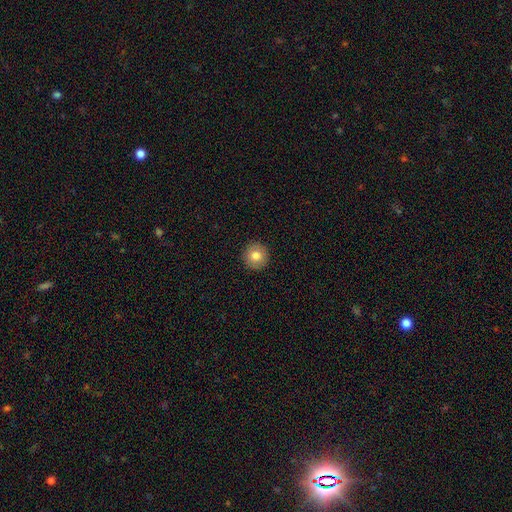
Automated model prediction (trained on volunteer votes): A smooth galaxy with no disk features (80%) that is round (95%).

Vote fractions:
- Smooth or featured? smooth: 80% / featured or disk: 12% / star or artifact: 9%
- How rounded? round: 95% / in between: 5% / cigar-shaped: 1%
- Merging? none: 92% / minor disturbance: 5% / major disturbance: 2% / merger: 1%